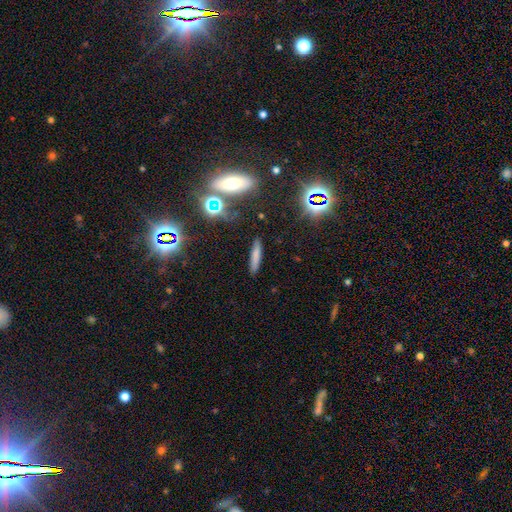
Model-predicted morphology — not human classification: Smooth or featured? Predicted: smooth (p=0.70). How rounded? Predicted: cigar-shaped (p=0.88). Merging? Predicted: none (p=0.87).